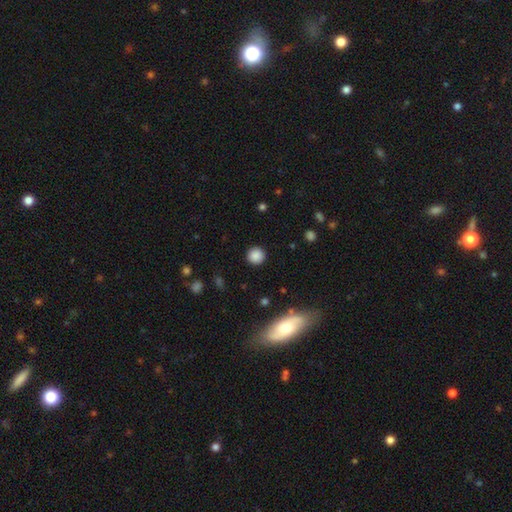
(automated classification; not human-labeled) Q: Smooth or featured?
A: smooth (85%); runner-up: star or artifact (11%)
Q: How rounded?
A: round (94%); runner-up: in between (5%)
Q: Merging?
A: none (91%); runner-up: minor disturbance (6%)